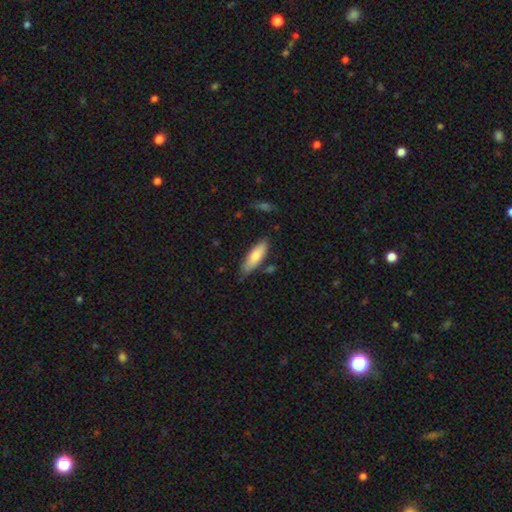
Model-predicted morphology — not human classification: Q: Smooth or featured?
A: smooth (77%); runner-up: featured or disk (17%)
Q: How rounded?
A: in between (55%); runner-up: cigar-shaped (43%)
Q: Merging?
A: none (75%); runner-up: minor disturbance (18%)